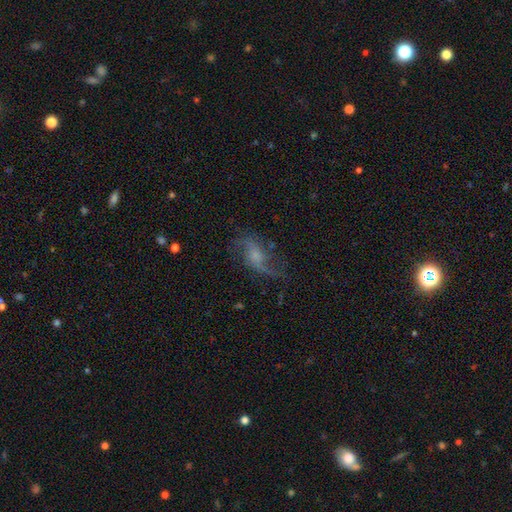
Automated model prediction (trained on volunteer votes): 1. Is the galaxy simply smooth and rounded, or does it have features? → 70% featured or disk, 19% smooth, 11% star or artifact.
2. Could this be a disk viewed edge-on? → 94% no, 6% yes.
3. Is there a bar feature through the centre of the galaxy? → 57% no, 35% weak, 8% strong.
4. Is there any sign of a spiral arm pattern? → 89% yes, 11% no.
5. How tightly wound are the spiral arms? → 75% loose, 20% medium, 5% tight.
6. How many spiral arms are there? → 80% 2, 7% 1, 6% can't tell, 3% 3, 2% 4, 2% more than 4.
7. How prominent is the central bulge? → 39% small, 26% none, 26% moderate, 7% large, 2% dominant.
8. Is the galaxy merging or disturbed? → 57% none, 20% major disturbance, 20% minor disturbance, 2% merger.